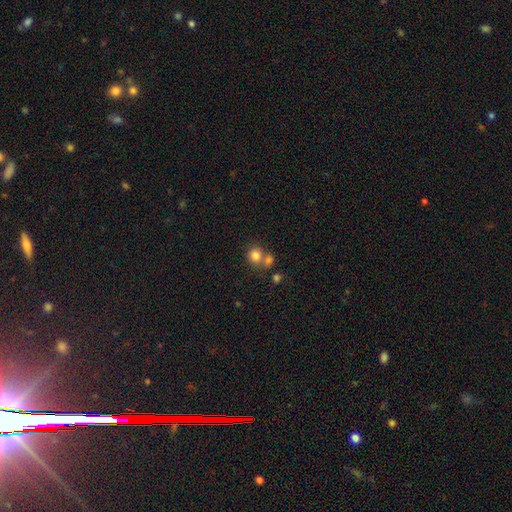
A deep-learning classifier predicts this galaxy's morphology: Smooth or featured? smooth (80%)
How rounded? round (84%)
Merging? none (50%)